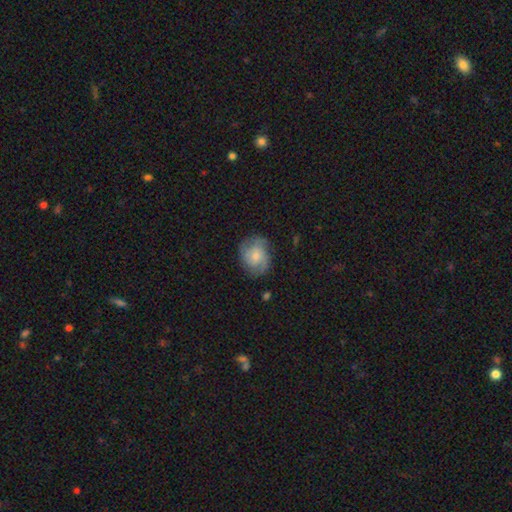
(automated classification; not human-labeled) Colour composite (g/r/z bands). It shows a smooth galaxy with no disk features (48%). Merging: none (70%).